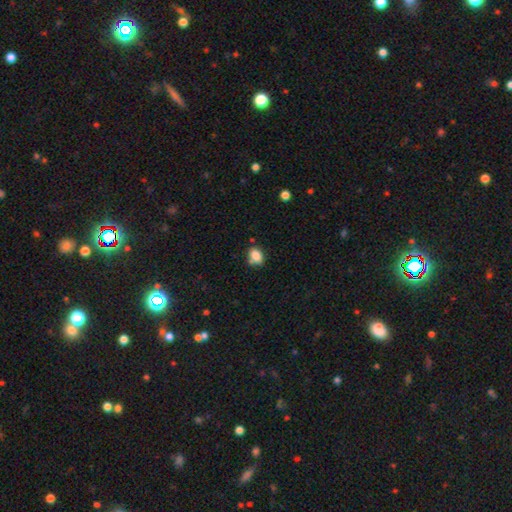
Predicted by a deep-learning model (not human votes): A smooth galaxy with no disk features (84%) that is in between round and cigar-shaped (70%).

Vote fractions:
- Smooth or featured? smooth: 84% / star or artifact: 10% / featured or disk: 6%
- How rounded? in between: 70% / round: 29% / cigar-shaped: 1%
- Merging? none: 68% / minor disturbance: 19% / merger: 9% / major disturbance: 4%